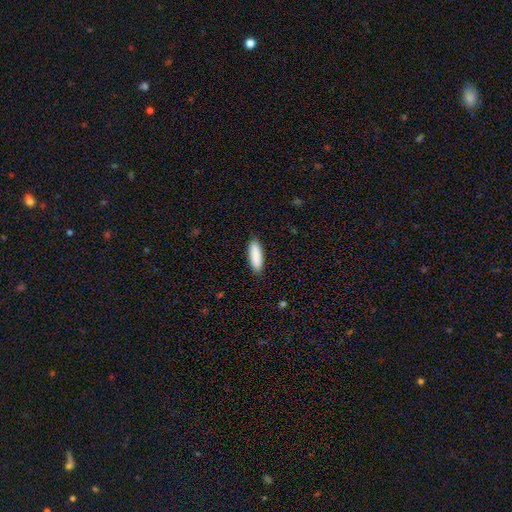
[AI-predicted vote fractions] A smooth galaxy with no disk features (90%) that is in between round and cigar-shaped (52%). Merging: none (89%).